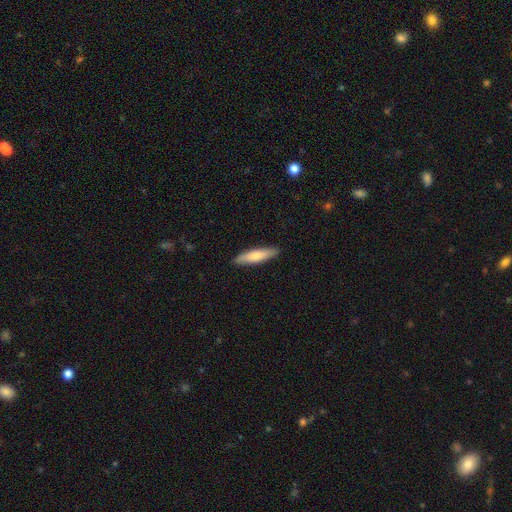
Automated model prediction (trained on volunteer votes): smooth-or-featured: smooth: 72% | featured or disk: 23% | star or artifact: 5%
  how-rounded: cigar-shaped: 79% | in between: 20% | round: 1%
  merging: none: 90% | minor disturbance: 8% | major disturbance: 1% | merger: 1%